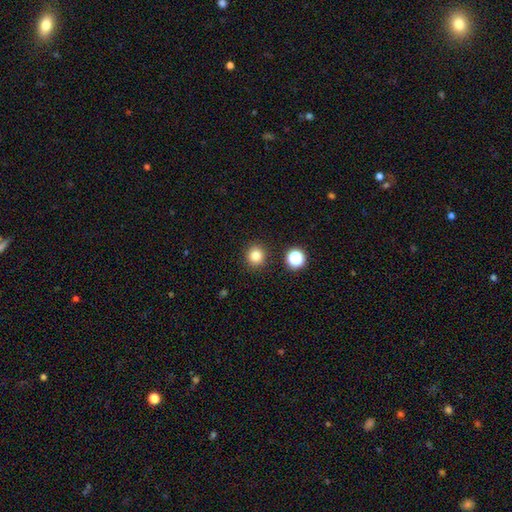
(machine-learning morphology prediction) The model was most divided on "smooth or featured": smooth: 82%, star or artifact: 13%, featured or disk: 5%. More confident: how rounded — round (90%); merging — none (89%).